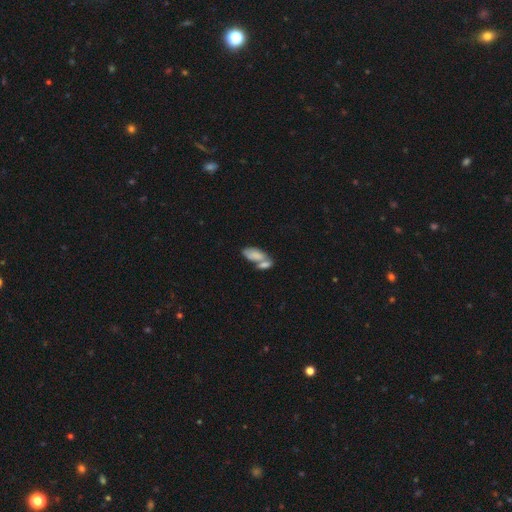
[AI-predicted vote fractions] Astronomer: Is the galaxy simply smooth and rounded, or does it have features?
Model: smooth — 73%.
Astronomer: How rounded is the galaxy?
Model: in between — 90%.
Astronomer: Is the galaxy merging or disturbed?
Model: merger — 62%.